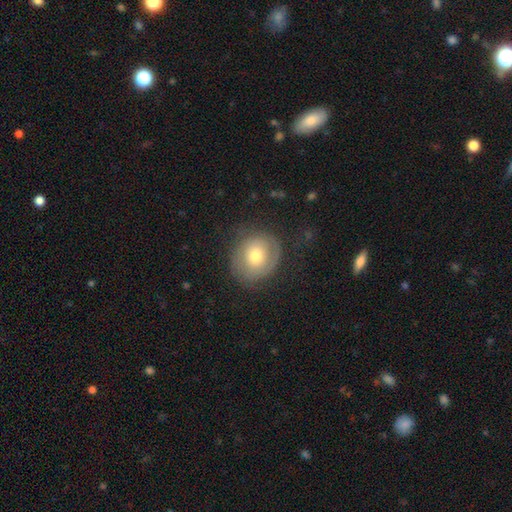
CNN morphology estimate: smooth_or_featured: smooth (p=0.55) [alt: featured or disk p=0.36]
how_rounded: round (p=0.77) [alt: in between p=0.22]
merging: none (p=0.74) [alt: minor disturbance p=0.17]